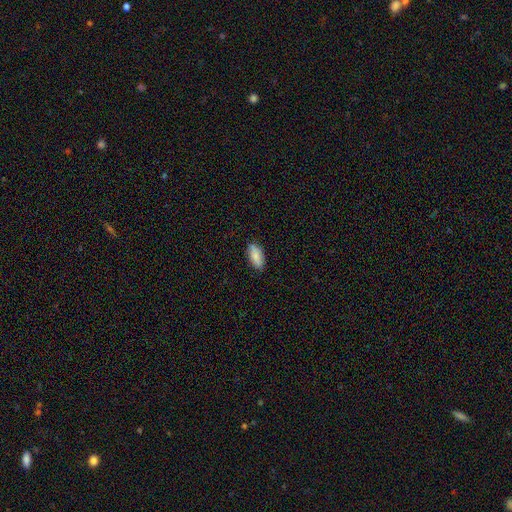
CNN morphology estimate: Smooth or featured: smooth — 85% (featured or disk — 8%)
How rounded: in between — 88% (cigar-shaped — 10%)
Merging: none — 85% (minor disturbance — 12%)